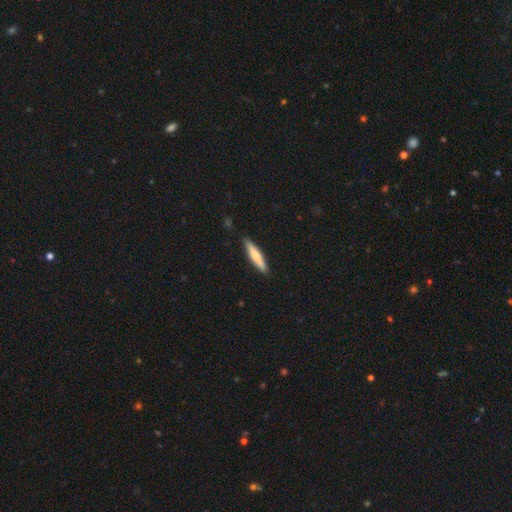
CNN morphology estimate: The model was most divided on "smooth or featured": smooth: 65%, featured or disk: 29%, star or artifact: 5%. More confident: how rounded — cigar-shaped (88%); merging — none (88%).